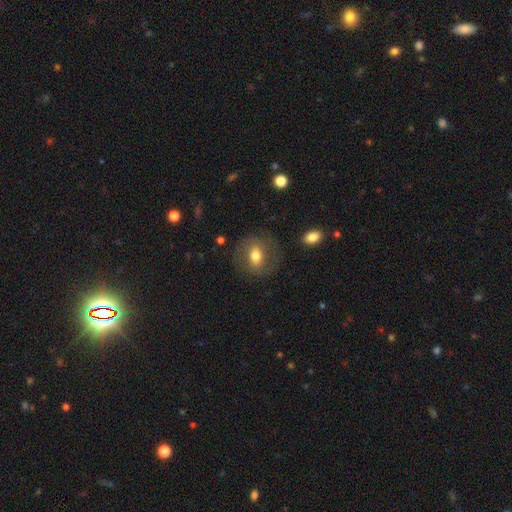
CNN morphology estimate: Smooth or featured? smooth (62%)
How rounded? round (51%)
Merging? none (77%)